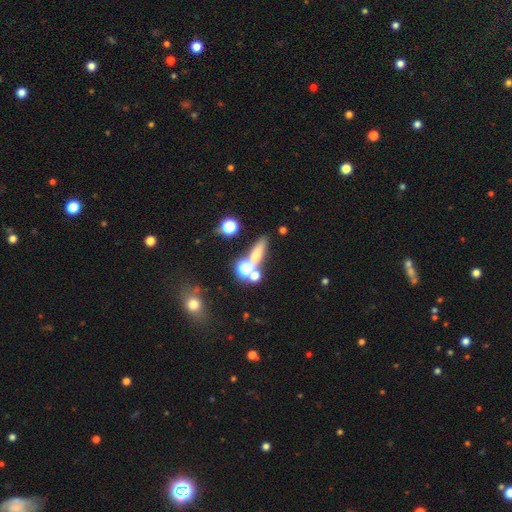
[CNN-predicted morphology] A smooth galaxy with no disk features (49%). Merging: none (63%).